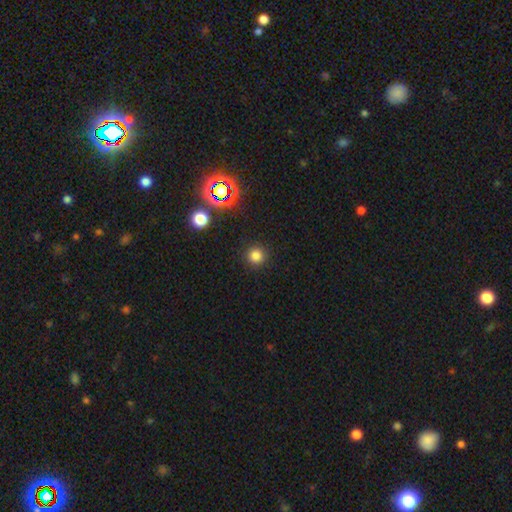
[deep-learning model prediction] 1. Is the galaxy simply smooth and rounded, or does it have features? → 79% smooth, 16% star or artifact, 4% featured or disk.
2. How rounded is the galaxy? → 95% round, 4% in between, 1% cigar-shaped.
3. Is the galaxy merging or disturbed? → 91% none, 5% minor disturbance, 2% major disturbance, 1% merger.